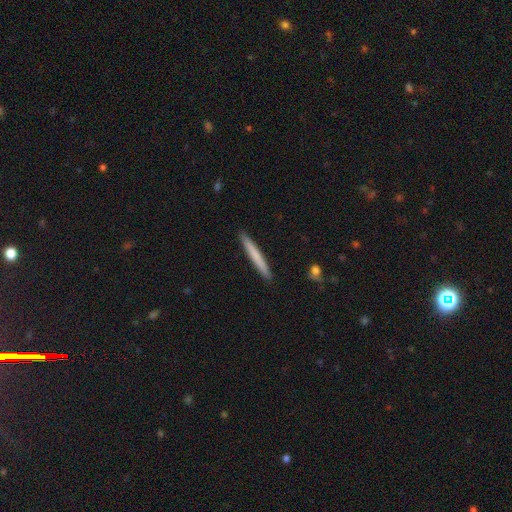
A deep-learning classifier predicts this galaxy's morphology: type=smooth (70%); roundness=cigar-shaped (97%); merging=none (93%).